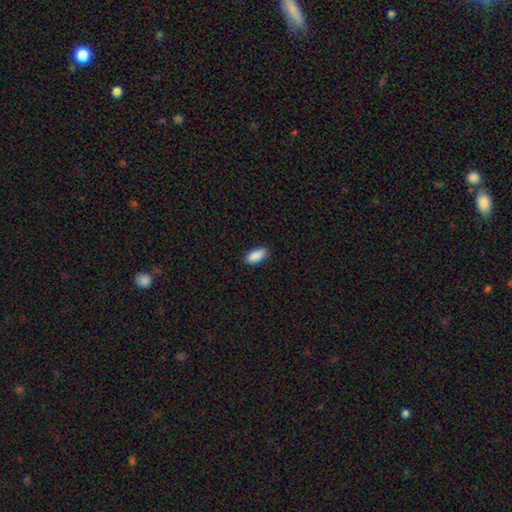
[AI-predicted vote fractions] Smooth or featured?
  - smooth: 91% *
  - star or artifact: 7%
  - featured or disk: 3%
How rounded?
  - in between: 92% *
  - cigar-shaped: 6%
  - round: 2%
Merging?
  - none: 88% *
  - minor disturbance: 10%
  - major disturbance: 2%
  - merger: 1%